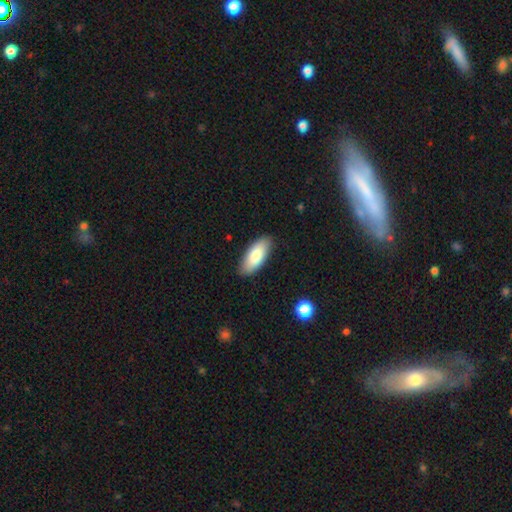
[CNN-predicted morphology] Overall: smooth (84%). How rounded: in between (84%). Merging: none (87%).